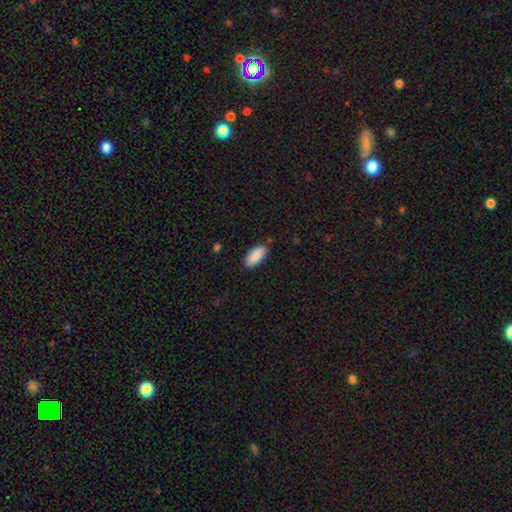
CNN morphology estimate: Smooth or featured? Predicted: smooth (p=0.90). How rounded? Predicted: in between (p=0.88). Merging? Predicted: none (p=0.85).